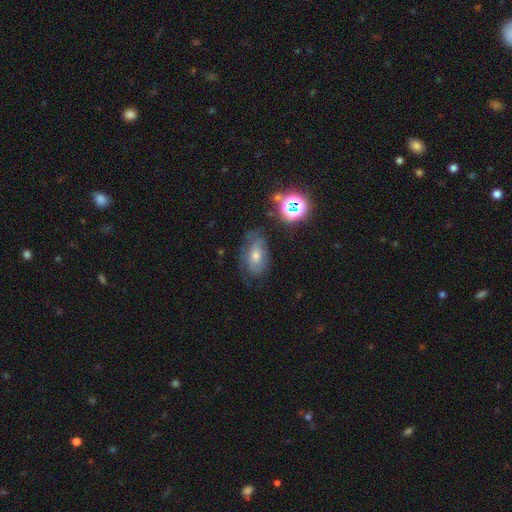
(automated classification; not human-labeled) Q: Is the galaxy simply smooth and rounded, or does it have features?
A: smooth — 40%.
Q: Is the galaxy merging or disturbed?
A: none — 60%.